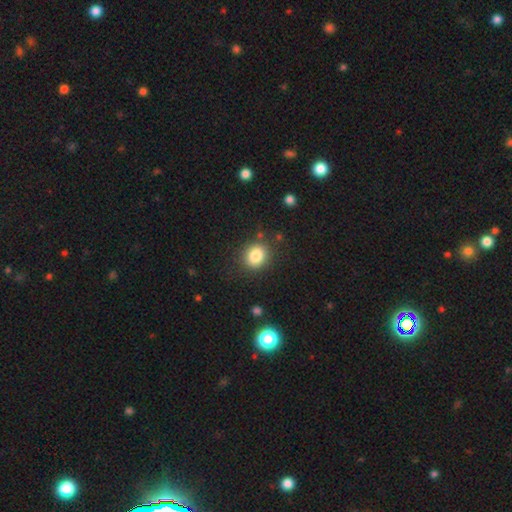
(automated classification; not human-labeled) A smooth galaxy with no disk features (84%) that is round (65%). Merging: none (85%).